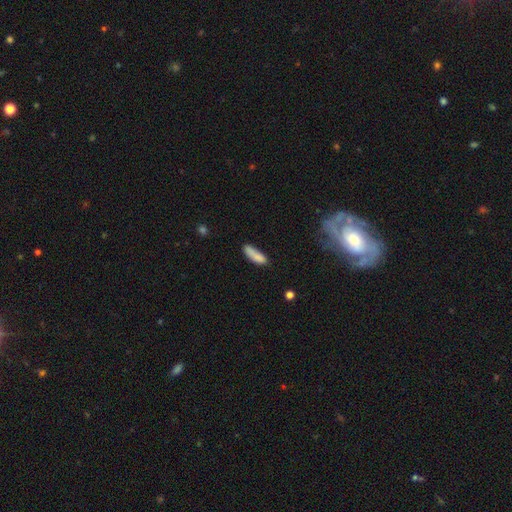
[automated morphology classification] Overall: smooth (83%). How rounded: cigar-shaped (55%; in between 43%). Merging: none (60%; minor disturbance 25%).